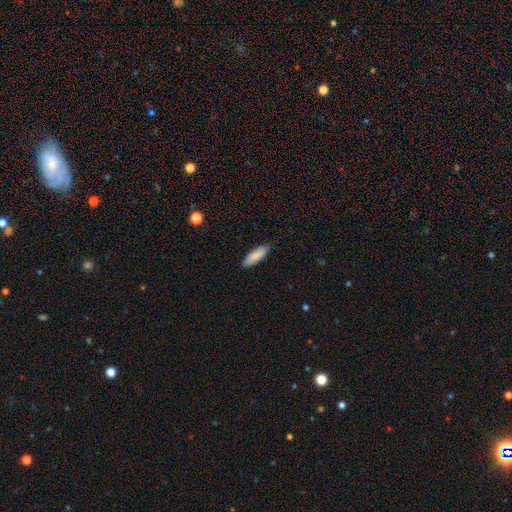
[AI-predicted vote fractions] A smooth galaxy with no disk features (87%) that is in between round and cigar-shaped (54%).

Vote fractions:
- Smooth or featured? smooth: 87% / featured or disk: 7% / star or artifact: 6%
- How rounded? in between: 54% / cigar-shaped: 44% / round: 1%
- Merging? none: 87% / minor disturbance: 10% / major disturbance: 2% / merger: 1%